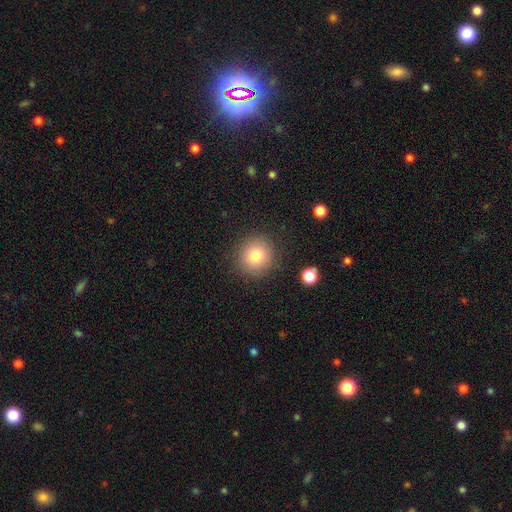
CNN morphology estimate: Smooth or featured? Predicted: smooth (p=0.79). How rounded? Predicted: round (p=0.92). Merging? Predicted: none (p=0.88).